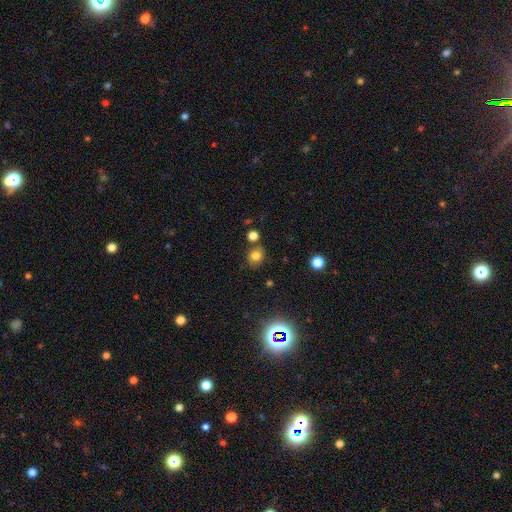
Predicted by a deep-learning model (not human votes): smooth-or-featured: smooth: 76% | star or artifact: 16% | featured or disk: 8%
  how-rounded: round: 76% | in between: 23% | cigar-shaped: 1%
  merging: none: 78% | minor disturbance: 11% | merger: 8% | major disturbance: 3%